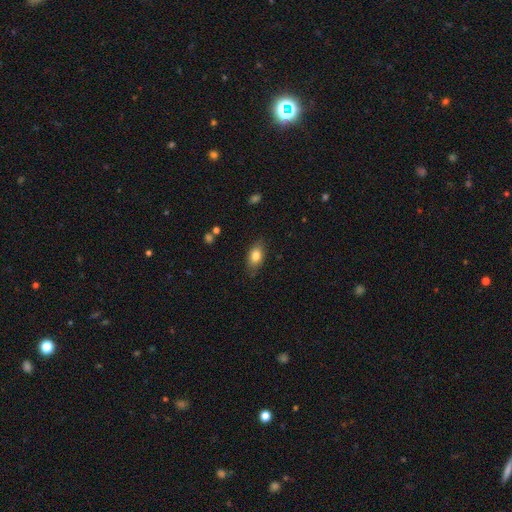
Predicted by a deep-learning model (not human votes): Smooth or featured: smooth — 81% (featured or disk — 11%)
How rounded: in between — 87% (round — 9%)
Merging: none — 80% (minor disturbance — 15%)